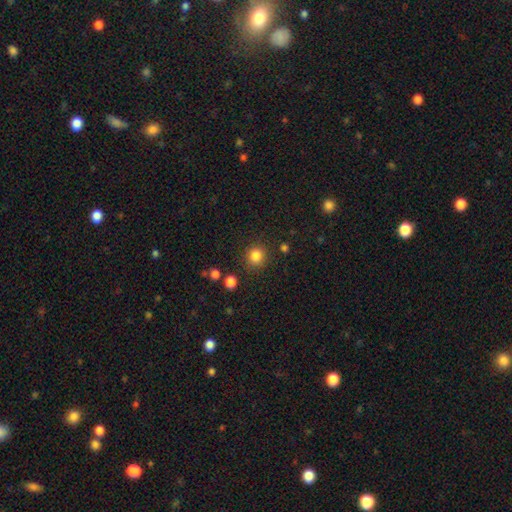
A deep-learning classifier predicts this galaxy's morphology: Overall: smooth (84%). How rounded: round (89%). Merging: none (87%).